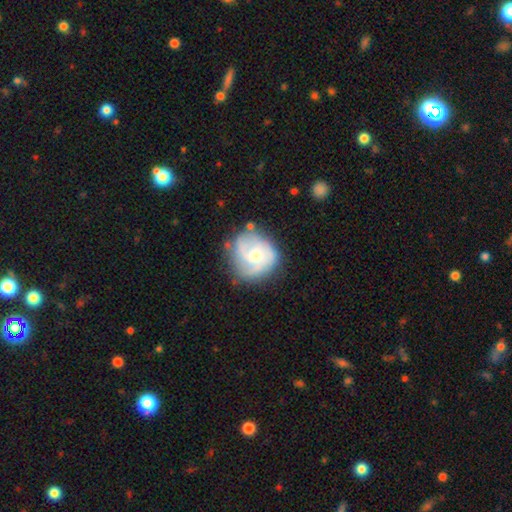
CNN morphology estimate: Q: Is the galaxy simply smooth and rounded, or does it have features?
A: featured or disk — 72%.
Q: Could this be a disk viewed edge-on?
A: no — 98%.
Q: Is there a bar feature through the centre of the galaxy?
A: no — 65%.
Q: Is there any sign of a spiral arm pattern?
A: yes — 90%.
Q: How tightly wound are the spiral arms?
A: medium — 43%.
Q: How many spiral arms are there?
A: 2 — 41%.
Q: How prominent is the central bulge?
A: moderate — 51%.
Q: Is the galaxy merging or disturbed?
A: none — 65%.